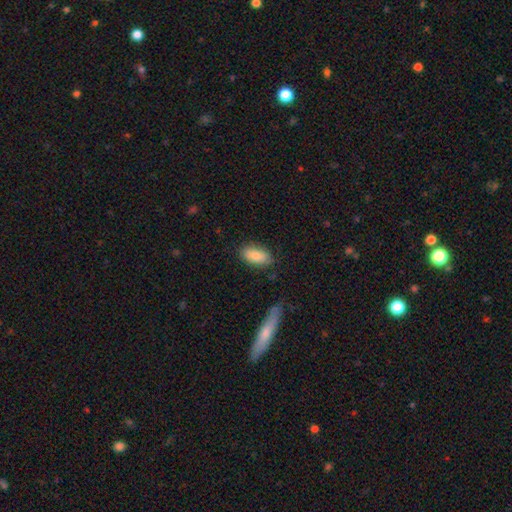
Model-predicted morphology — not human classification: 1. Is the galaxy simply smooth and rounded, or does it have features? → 84% smooth, 9% featured or disk, 7% star or artifact.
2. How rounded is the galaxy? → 91% in between, 6% cigar-shaped, 3% round.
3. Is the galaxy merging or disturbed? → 81% none, 14% minor disturbance, 3% major disturbance, 2% merger.